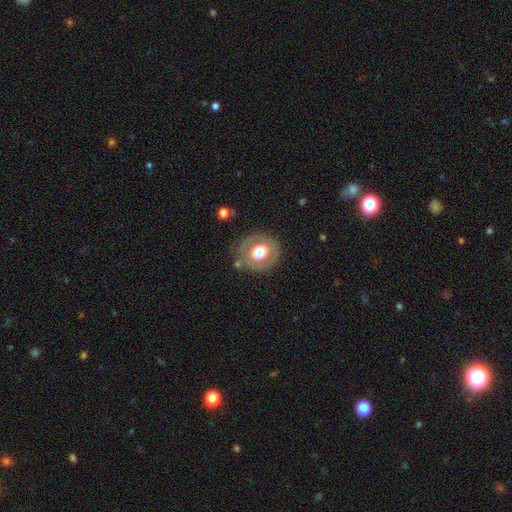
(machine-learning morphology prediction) This appears to be a smooth galaxy with no disk features (51%) that is round (79%). Merging: none (81%).